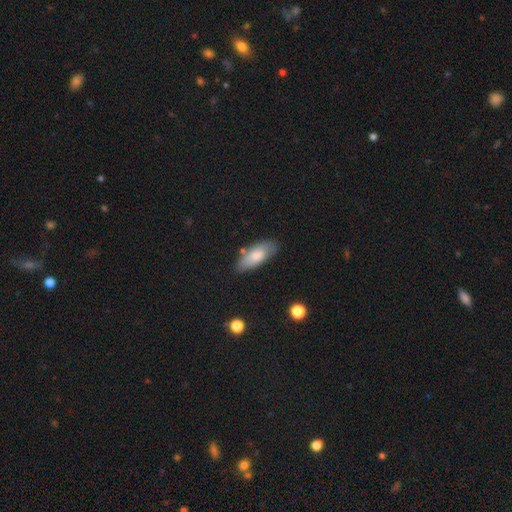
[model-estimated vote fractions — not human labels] smooth_or_featured: smooth (p=0.75) [alt: featured or disk p=0.19]
how_rounded: in between (p=0.83) [alt: cigar-shaped p=0.15]
merging: none (p=0.75) [alt: minor disturbance p=0.18]